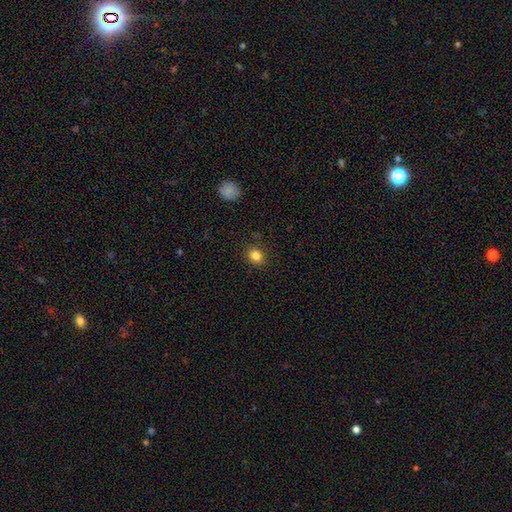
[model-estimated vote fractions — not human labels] smooth-or-featured: smooth: 84% | star or artifact: 11% | featured or disk: 5%
  how-rounded: round: 68% | in between: 31% | cigar-shaped: 1%
  merging: none: 88% | minor disturbance: 8% | major disturbance: 2% | merger: 1%